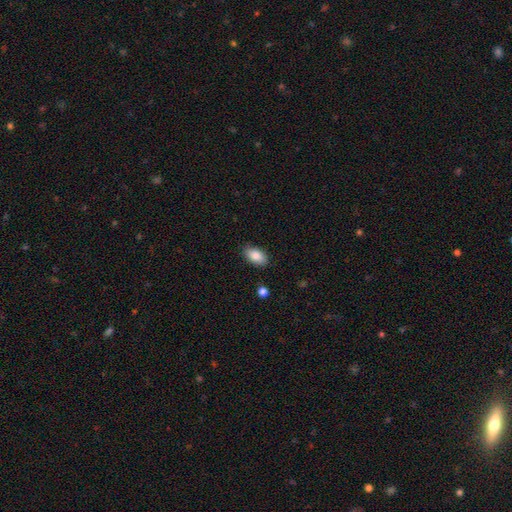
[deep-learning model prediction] Smooth or featured: smooth — 86% (star or artifact — 7%)
How rounded: in between — 93% (round — 5%)
Merging: none — 87% (minor disturbance — 10%)